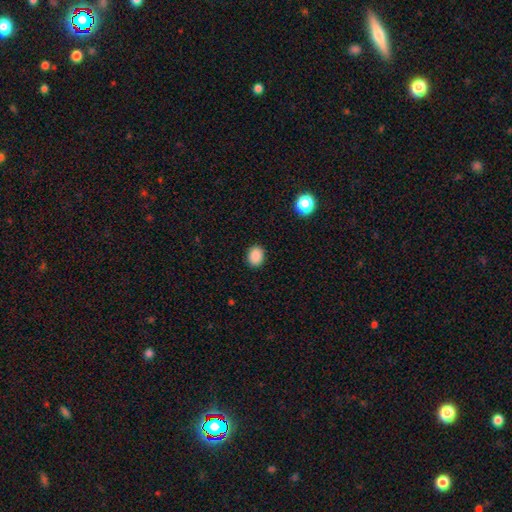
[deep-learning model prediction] Q: Smooth or featured?
A: smooth (88%); runner-up: star or artifact (9%)
Q: How rounded?
A: round (56%); runner-up: in between (43%)
Q: Merging?
A: none (89%); runner-up: minor disturbance (7%)